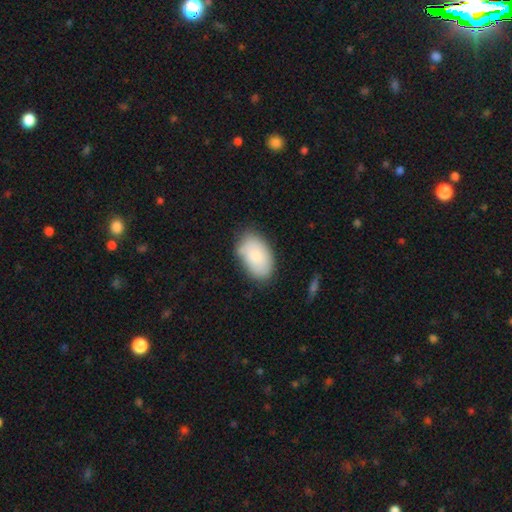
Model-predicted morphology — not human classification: Smooth or featured? Predicted: smooth (p=0.81). How rounded? Predicted: in between (p=0.93). Merging? Predicted: none (p=0.72).